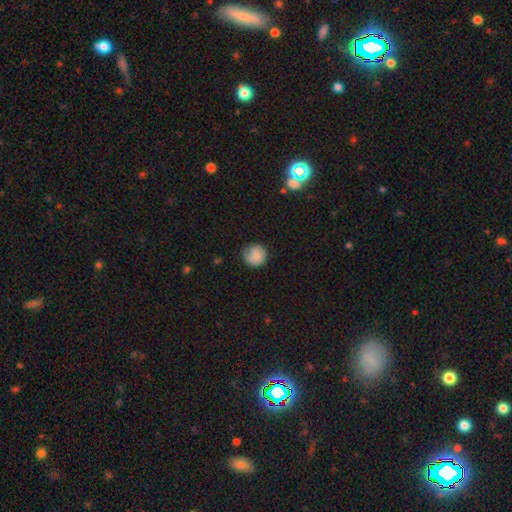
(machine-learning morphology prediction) smooth-or-featured: smooth: 82% | featured or disk: 11% | star or artifact: 7%
  how-rounded: round: 92% | in between: 7% | cigar-shaped: 1%
  merging: none: 73% | minor disturbance: 20% | major disturbance: 5% | merger: 1%